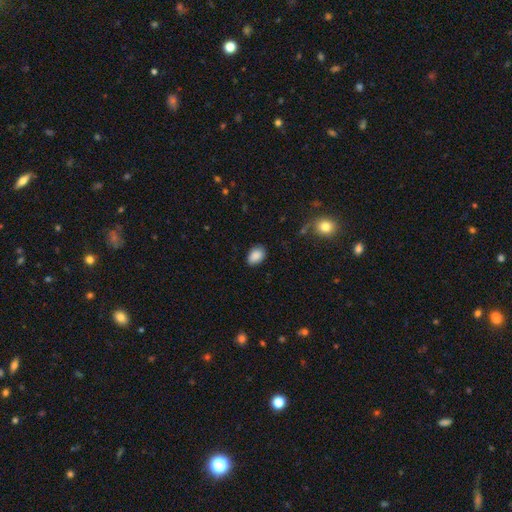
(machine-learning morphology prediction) A smooth galaxy with no disk features (88%) that is in between round and cigar-shaped (85%). Merging: none (84%).